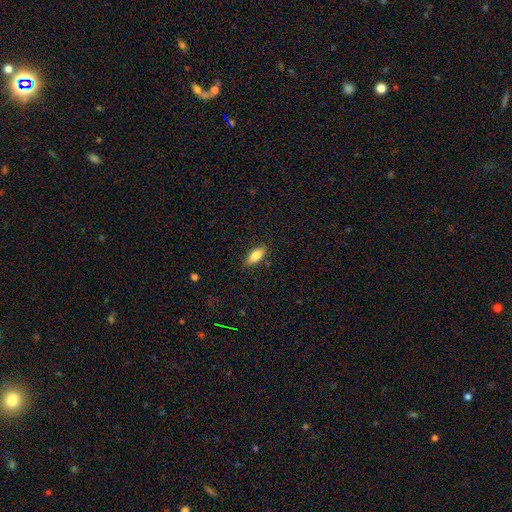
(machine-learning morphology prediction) This appears to be a smooth galaxy with no disk features (80%) that is in between round and cigar-shaped (78%). Merging: none (84%).